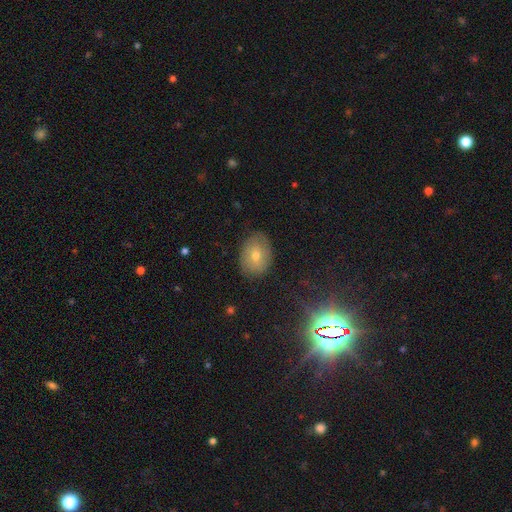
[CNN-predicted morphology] Q: Smooth or featured?
A: smooth (52%); runner-up: featured or disk (30%)
Q: How rounded?
A: in between (67%); runner-up: round (32%)
Q: Merging?
A: none (82%); runner-up: minor disturbance (13%)